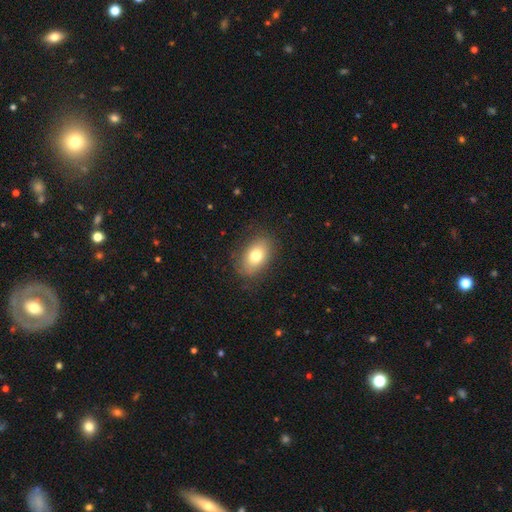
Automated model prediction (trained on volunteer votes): Morphology: type=smooth (75%); roundness=in between (85%); merging=none (82%).